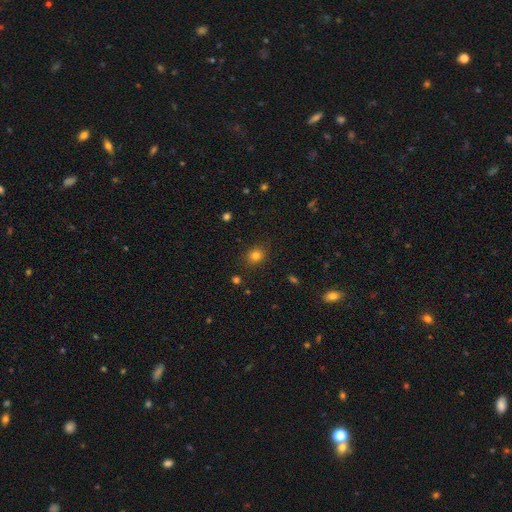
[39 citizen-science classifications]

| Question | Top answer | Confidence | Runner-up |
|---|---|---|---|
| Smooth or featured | smooth | 90% | star or artifact (8%) |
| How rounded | round | 71% | in between (26%) |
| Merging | none | 97% | minor disturbance (3%) |